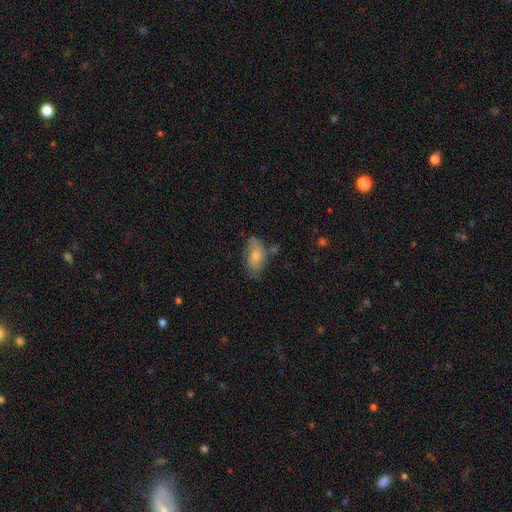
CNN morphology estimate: Smooth or featured? Predicted: smooth (p=0.57). How rounded? Predicted: in between (p=0.90). Merging? Predicted: none (p=0.55).